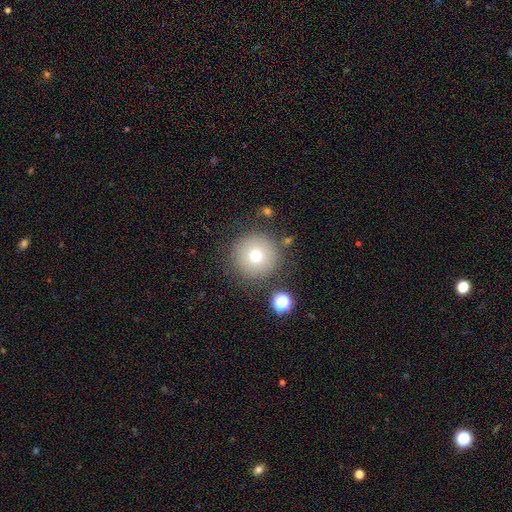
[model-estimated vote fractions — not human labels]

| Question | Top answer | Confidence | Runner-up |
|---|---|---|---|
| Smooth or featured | smooth | 72% | featured or disk (15%) |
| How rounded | round | 96% | in between (3%) |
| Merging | none | 84% | minor disturbance (8%) |